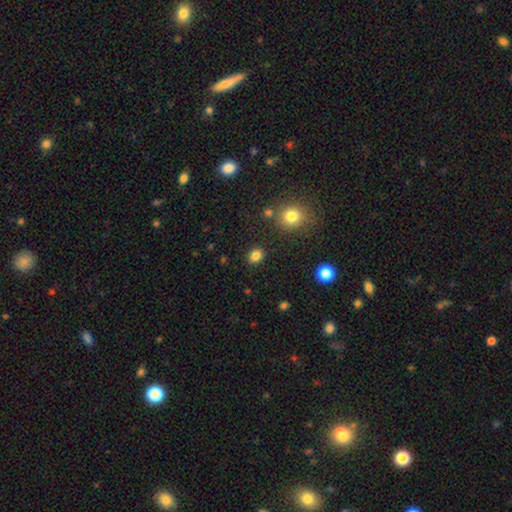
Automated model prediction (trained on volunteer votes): Smooth or featured: smooth — 84% (star or artifact — 12%)
How rounded: round — 59% (in between — 40%)
Merging: none — 88% (minor disturbance — 7%)